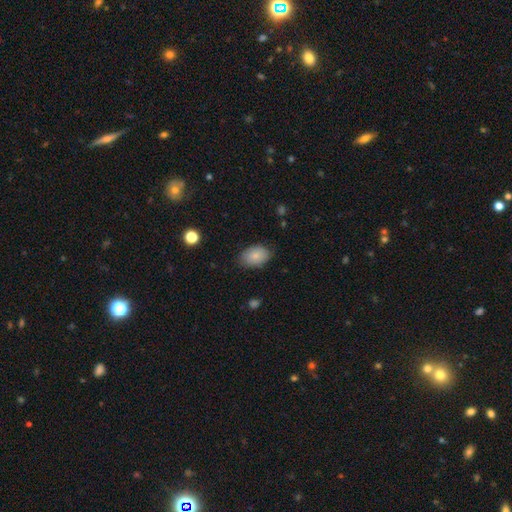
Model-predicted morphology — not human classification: A smooth galaxy with no disk features (85%) that is in between round and cigar-shaped (84%).

Vote fractions:
- Smooth or featured? smooth: 85% / featured or disk: 8% / star or artifact: 7%
- How rounded? in between: 84% / round: 15% / cigar-shaped: 1%
- Merging? none: 79% / minor disturbance: 16% / major disturbance: 3% / merger: 1%